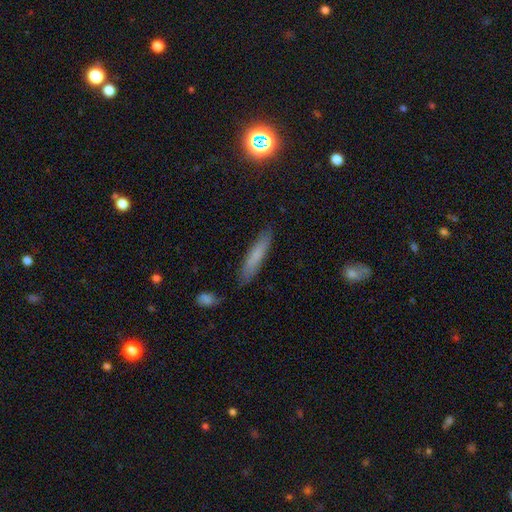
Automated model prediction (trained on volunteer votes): Smooth or featured? smooth (72%)
How rounded? cigar-shaped (88%)
Merging? none (84%)